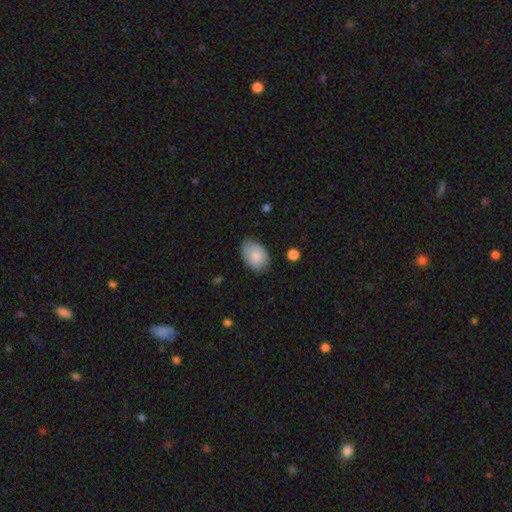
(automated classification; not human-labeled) Smooth or featured: smooth — 84% (featured or disk — 10%)
How rounded: in between — 84% (round — 15%)
Merging: none — 75% (minor disturbance — 20%)